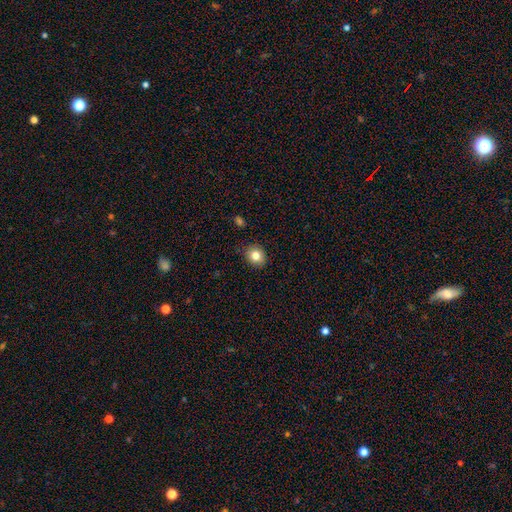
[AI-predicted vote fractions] A smooth galaxy with no disk features (82%) that is round (62%).

Vote fractions:
- Smooth or featured? smooth: 82% / star or artifact: 10% / featured or disk: 8%
- How rounded? round: 62% / in between: 37% / cigar-shaped: 1%
- Merging? none: 87% / minor disturbance: 10% / major disturbance: 2% / merger: 1%